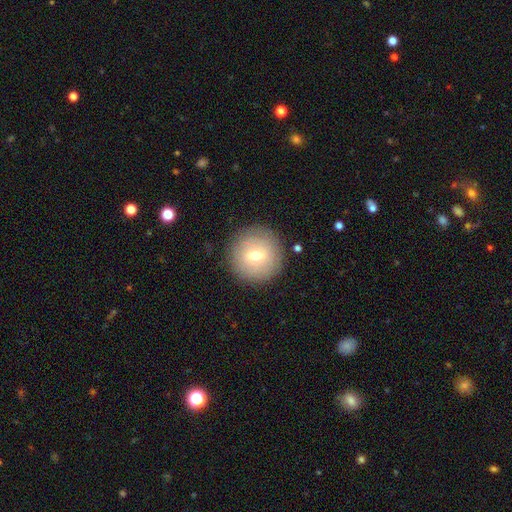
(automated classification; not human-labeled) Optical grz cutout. It shows a smooth galaxy with no disk features (66%) that is round (95%). Merging: none (89%).